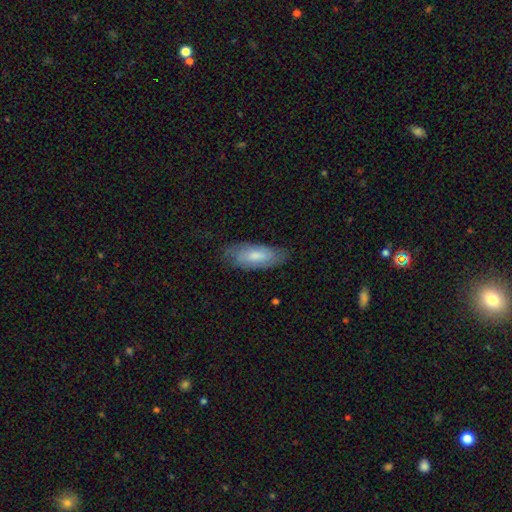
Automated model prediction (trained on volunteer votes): This appears to be a smooth galaxy with no disk features (56%) that is in between round and cigar-shaped (81%). Merging: none (74%).